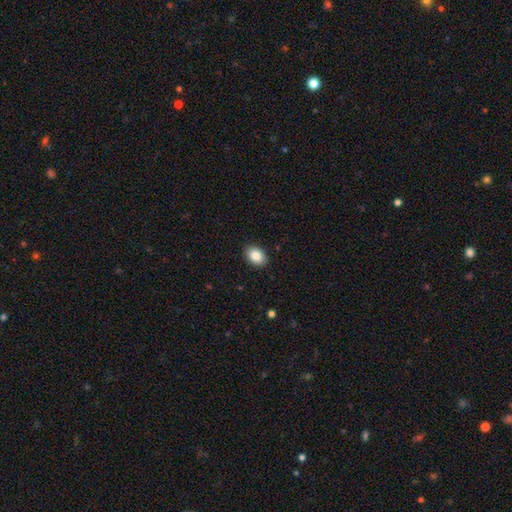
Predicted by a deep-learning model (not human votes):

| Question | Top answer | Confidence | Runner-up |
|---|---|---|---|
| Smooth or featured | smooth | 86% | star or artifact (8%) |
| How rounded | in between | 78% | round (21%) |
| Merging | none | 89% | minor disturbance (8%) |